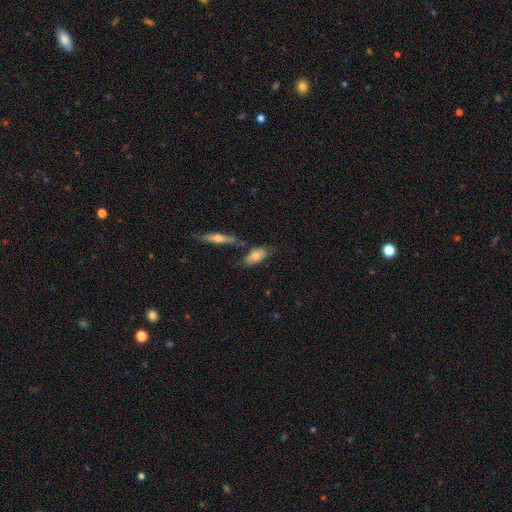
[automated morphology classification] smooth_or_featured: smooth (p=0.65) [alt: featured or disk p=0.28]
how_rounded: in between (p=0.84) [alt: cigar-shaped p=0.11]
merging: none (p=0.60) [alt: minor disturbance p=0.22]